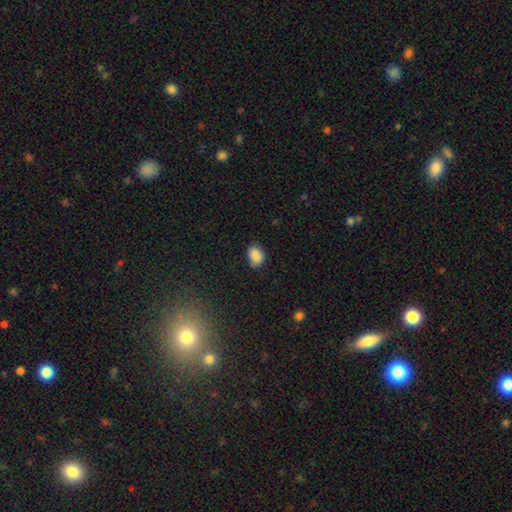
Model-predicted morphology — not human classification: smooth 88%, star or artifact 8%, featured or disk 4%. Down the decision tree: how rounded — in between (78%); merging — none (73%).